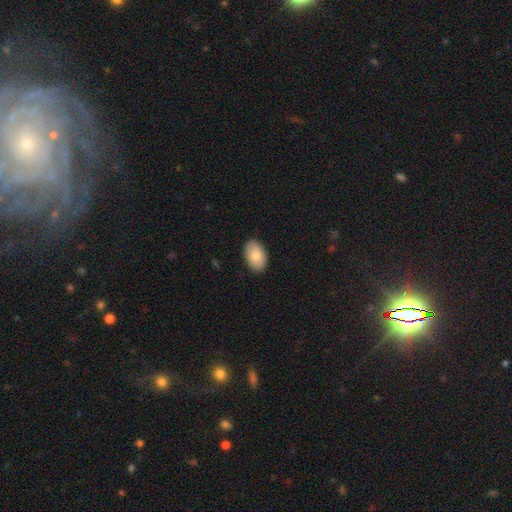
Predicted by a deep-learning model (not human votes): Overall: smooth (83%). How rounded: in between (92%). Merging: none (88%).